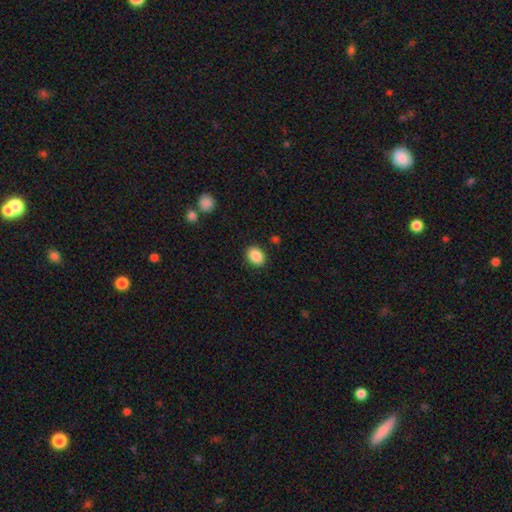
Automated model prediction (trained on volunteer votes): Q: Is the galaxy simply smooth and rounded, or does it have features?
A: smooth — 89%.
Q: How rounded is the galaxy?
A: in between — 64%.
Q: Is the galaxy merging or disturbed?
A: none — 88%.